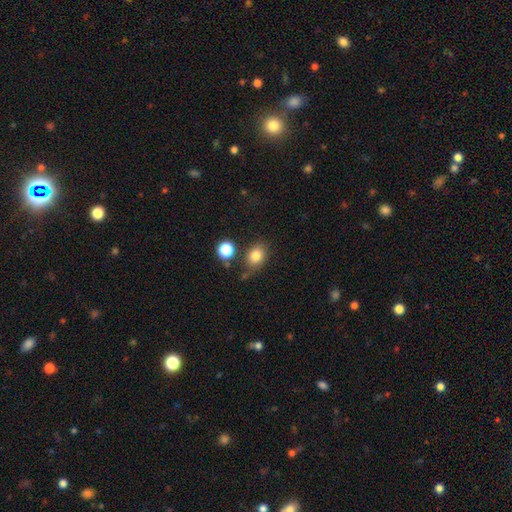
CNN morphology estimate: The model was most divided on "how rounded": in between: 50%, round: 48%, cigar-shaped: 1%. More confident: smooth or featured — smooth (81%); merging — none (65%).